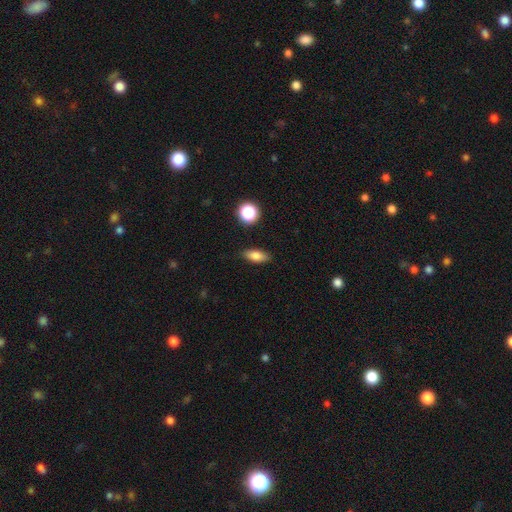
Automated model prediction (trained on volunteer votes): smooth_or_featured: smooth (p=0.79) [alt: featured or disk p=0.11]
how_rounded: in between (p=0.77) [alt: cigar-shaped p=0.16]
merging: none (p=0.87) [alt: minor disturbance p=0.09]